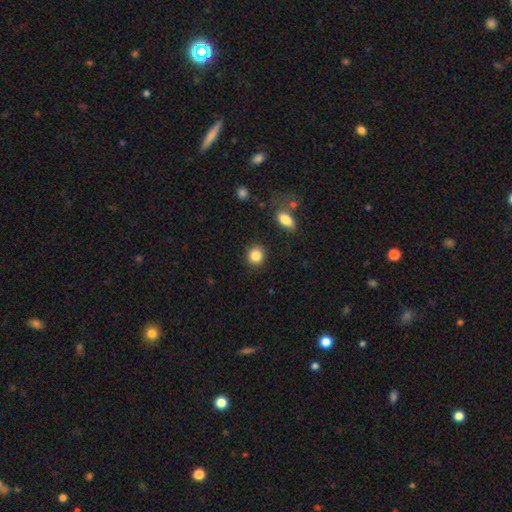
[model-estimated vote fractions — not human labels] Smooth or featured?
  - smooth: 86% *
  - star or artifact: 9%
  - featured or disk: 5%
How rounded?
  - round: 87% *
  - in between: 12%
  - cigar-shaped: 1%
Merging?
  - none: 89% *
  - minor disturbance: 7%
  - major disturbance: 2%
  - merger: 2%